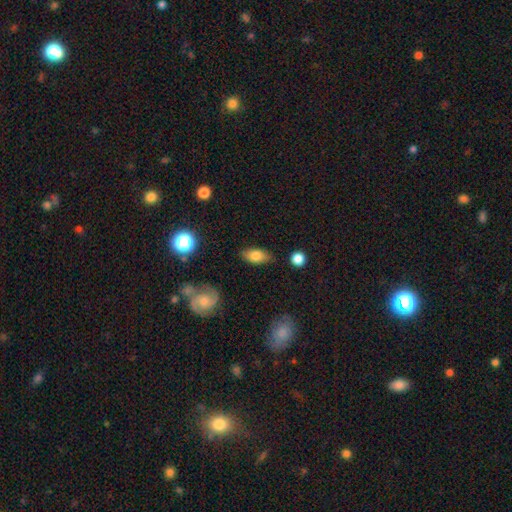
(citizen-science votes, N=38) smooth_or_featured: smooth (p=0.63) [alt: featured or disk p=0.26]
how_rounded: in between (p=0.92) [alt: round p=0.08]
merging: none (p=0.74) [alt: minor disturbance p=0.15]